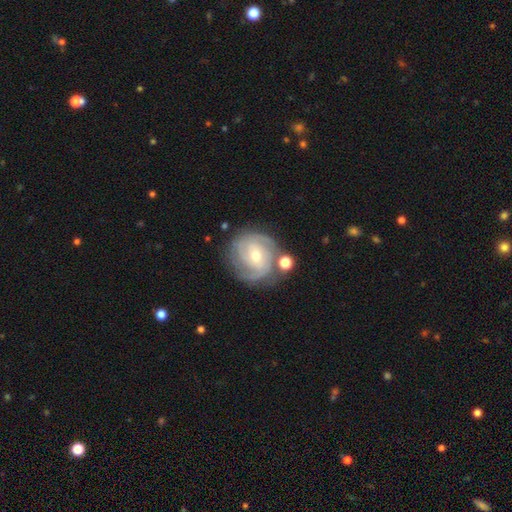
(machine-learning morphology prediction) Smooth or featured?
  - featured or disk: 84% *
  - smooth: 10%
  - star or artifact: 6%
Edge-on disk?
  - no: 97% *
  - yes: 3%
Bar?
  - no: 57% *
  - weak: 35%
  - strong: 8%
Spiral arms?
  - yes: 95% *
  - no: 5%
Spiral winding?
  - tight: 69% *
  - medium: 26%
  - loose: 6%
Spiral arm count?
  - 3: 35% *
  - can't tell: 24%
  - 2: 18%
  - 4: 14%
  - more than 4: 5%
  - 1: 5%
Bulge size?
  - small: 49% *
  - moderate: 47%
  - large: 2%
  - none: 1%
  - dominant: 1%
Merging?
  - none: 71% *
  - minor disturbance: 16%
  - merger: 8%
  - major disturbance: 6%